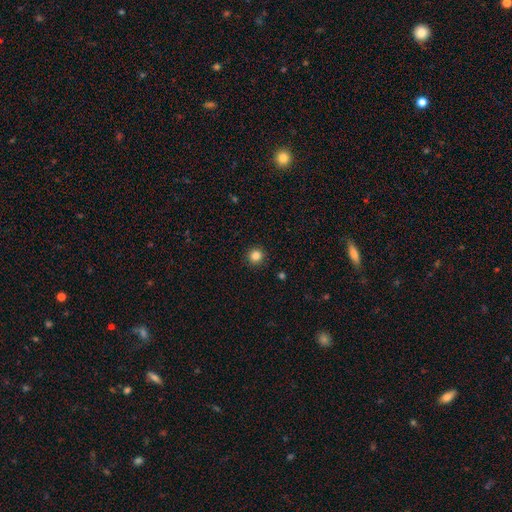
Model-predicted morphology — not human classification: This is clearly a smooth galaxy (84%). How rounded: clearly round (94%). Merging: clearly none (92%).